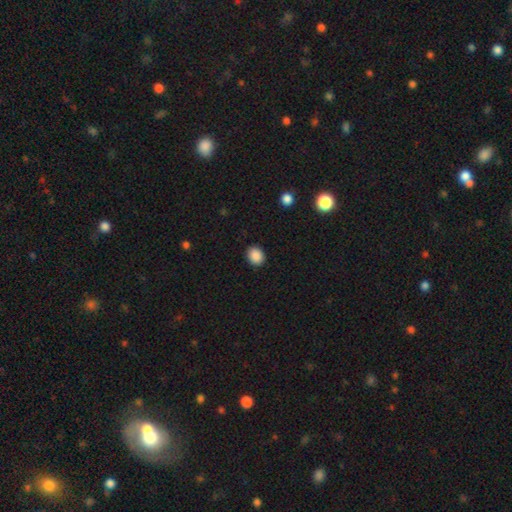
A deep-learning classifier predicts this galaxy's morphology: Smooth or featured: smooth — 88% (star or artifact — 9%)
How rounded: round — 57% (in between — 42%)
Merging: none — 90% (minor disturbance — 7%)